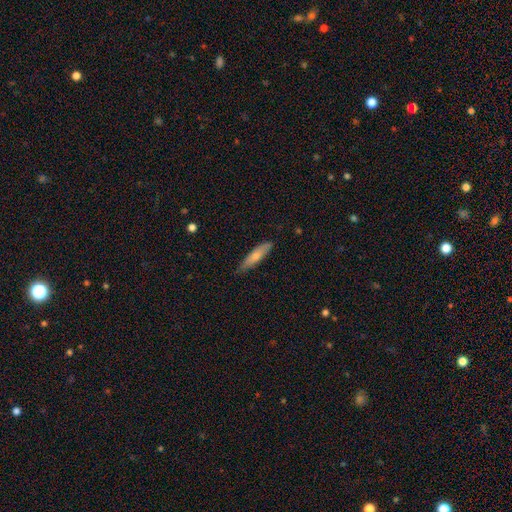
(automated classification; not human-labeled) The model was most divided on "smooth or featured": smooth: 69%, featured or disk: 25%, star or artifact: 6%. More confident: merging — none (78%); how rounded — cigar-shaped (74%).